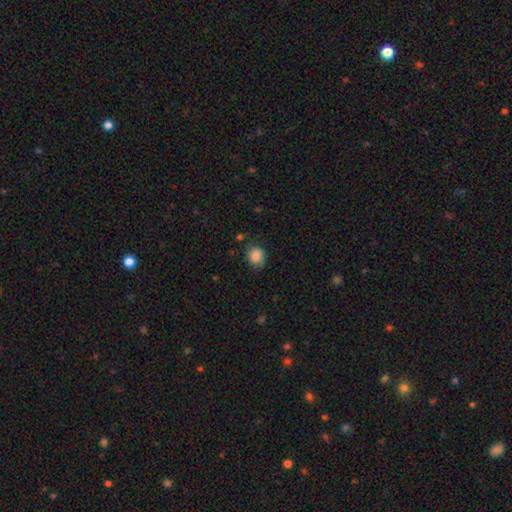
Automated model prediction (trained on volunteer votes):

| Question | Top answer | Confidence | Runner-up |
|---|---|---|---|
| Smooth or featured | smooth | 81% | featured or disk (10%) |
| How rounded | round | 66% | in between (33%) |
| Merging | none | 69% | minor disturbance (24%) |